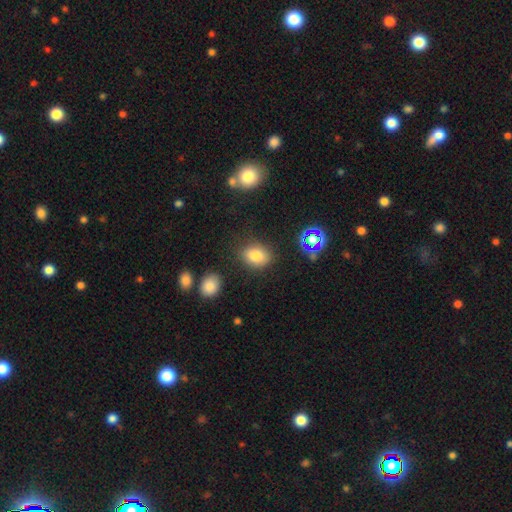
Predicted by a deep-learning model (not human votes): smooth 79%, star or artifact 13%, featured or disk 8%. Down the decision tree: how rounded — in between (60%); merging — none (82%).